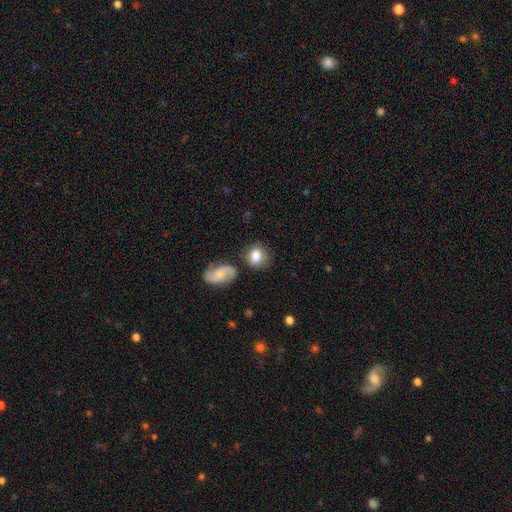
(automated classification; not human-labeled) Smooth or featured: smooth — 80% (featured or disk — 13%)
How rounded: round — 62% (in between — 37%)
Merging: none — 66% (minor disturbance — 19%)